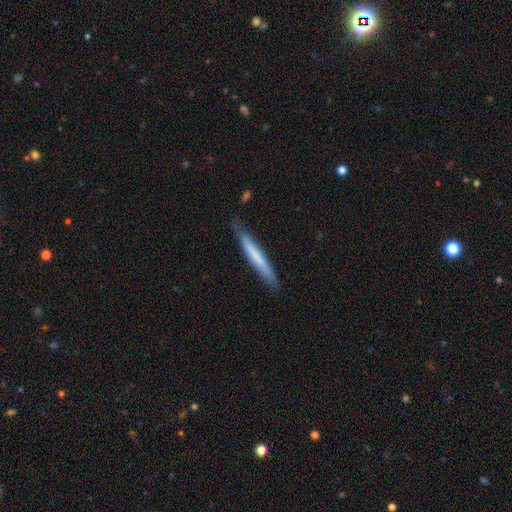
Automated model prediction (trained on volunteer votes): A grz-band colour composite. It shows a smooth galaxy with no disk features (65%) that is cigar-shaped (96%). Merging: none (81%).